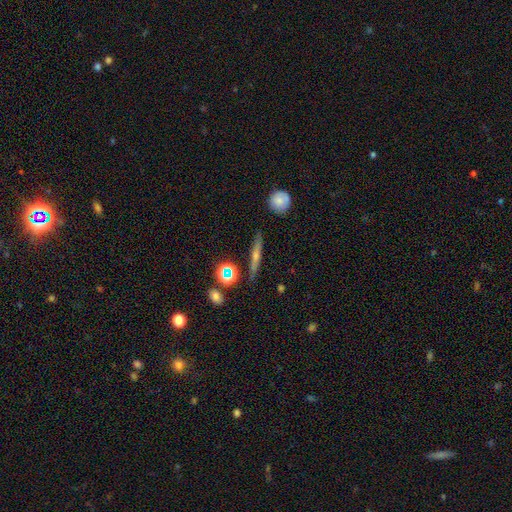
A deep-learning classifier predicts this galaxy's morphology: A featured or disk galaxy (59%) viewed edge-on (94%) with a rounded central bulge (77%). Merging: none (88%).